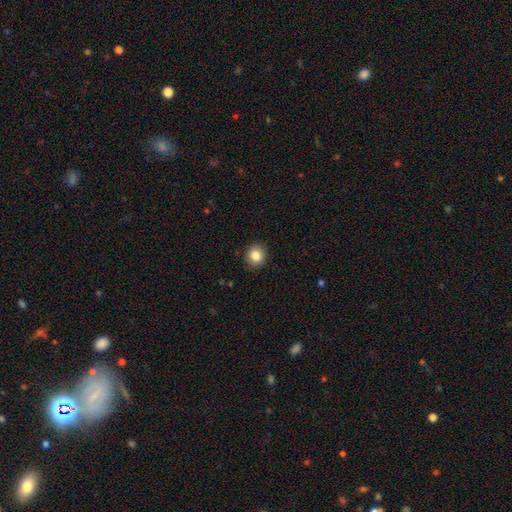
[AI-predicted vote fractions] This is clearly a smooth galaxy (85%). How rounded: clearly round (87%). Merging: clearly none (90%).